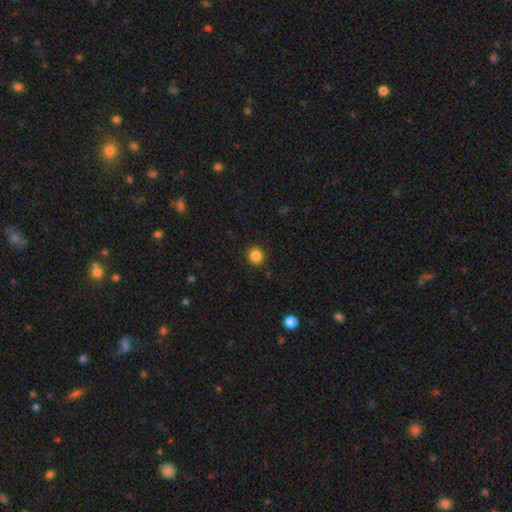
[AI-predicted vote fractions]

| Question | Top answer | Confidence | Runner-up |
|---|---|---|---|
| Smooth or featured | smooth | 85% | star or artifact (11%) |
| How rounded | round | 86% | in between (13%) |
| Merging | none | 90% | minor disturbance (7%) |